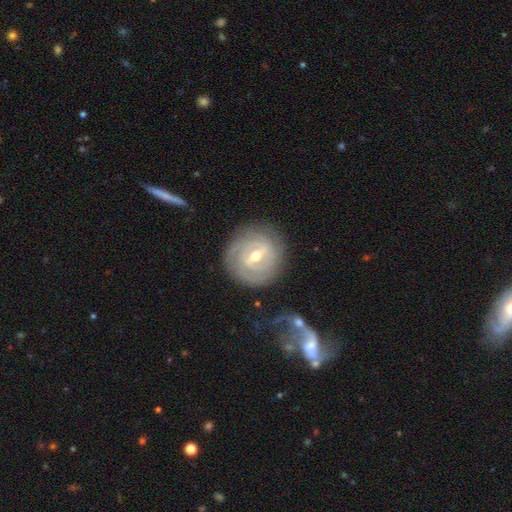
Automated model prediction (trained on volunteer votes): Smooth or featured: featured or disk — 84% (smooth — 11%)
Edge-on disk: no — 96% (yes — 4%)
Bar: weak — 50% (strong — 37%)
Spiral arms: yes — 91% (no — 9%)
Spiral winding: tight — 80% (medium — 15%)
Spiral arm count: can't tell — 34% (2 — 32%)
Bulge size: moderate — 64% (small — 32%)
Merging: none — 79% (minor disturbance — 13%)